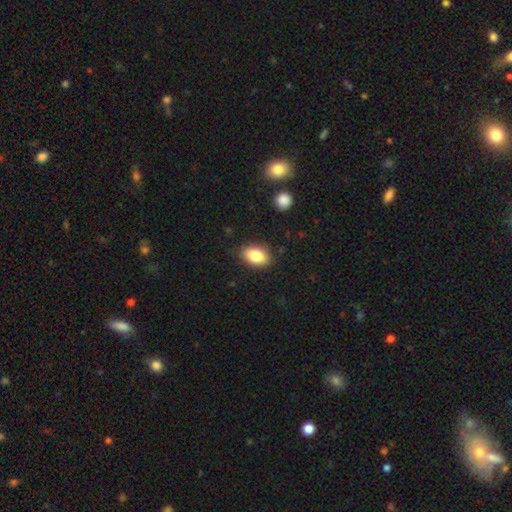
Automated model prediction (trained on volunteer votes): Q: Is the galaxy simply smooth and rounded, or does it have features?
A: smooth — 84%.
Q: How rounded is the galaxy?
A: in between — 88%.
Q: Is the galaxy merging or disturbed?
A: none — 85%.